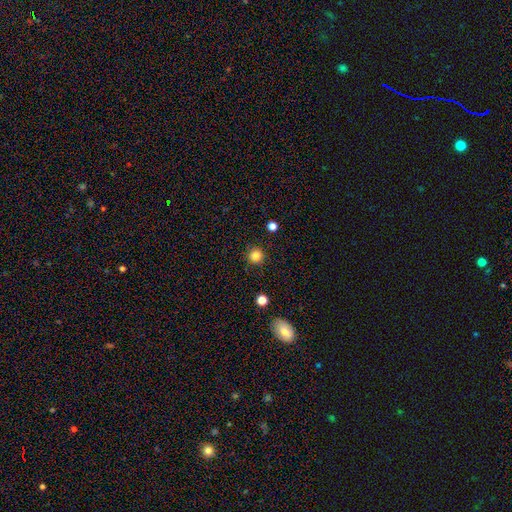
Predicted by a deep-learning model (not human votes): A smooth galaxy with no disk features (83%) that is round (94%).

Vote fractions:
- Smooth or featured? smooth: 83% / star or artifact: 12% / featured or disk: 5%
- How rounded? round: 94% / in between: 5% / cigar-shaped: 1%
- Merging? none: 90% / minor disturbance: 7% / major disturbance: 2% / merger: 1%